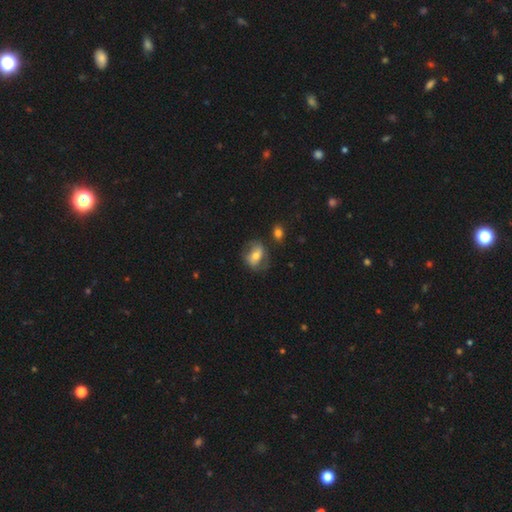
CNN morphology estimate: Smooth or featured: smooth — 53% (featured or disk — 39%)
How rounded: in between — 67% (round — 30%)
Merging: none — 62% (minor disturbance — 22%)